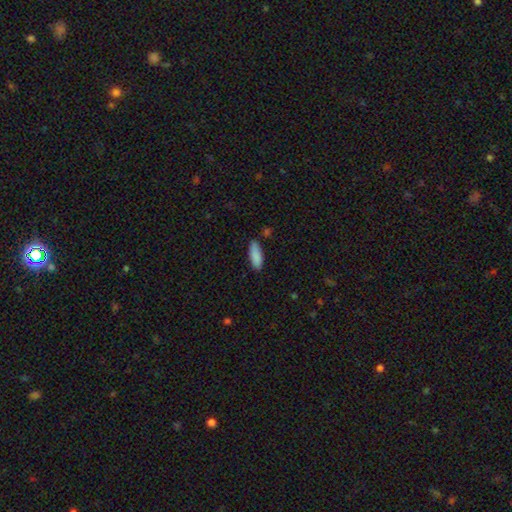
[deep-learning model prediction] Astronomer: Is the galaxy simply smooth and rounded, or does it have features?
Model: smooth — 89%.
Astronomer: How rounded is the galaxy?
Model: in between — 68%.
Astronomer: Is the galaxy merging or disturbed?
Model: none — 83%.